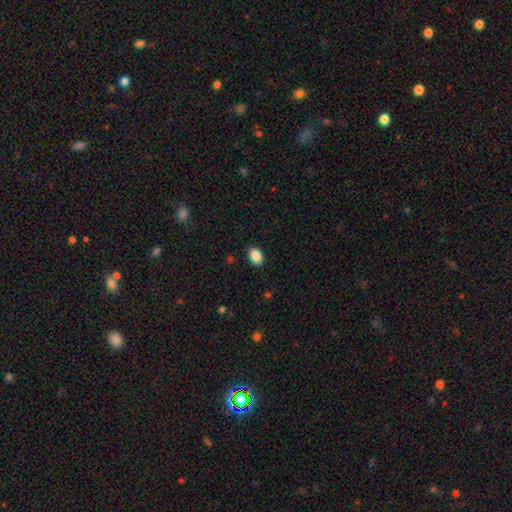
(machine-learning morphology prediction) Overall: smooth (89%). How rounded: in between (86%). Merging: none (88%).